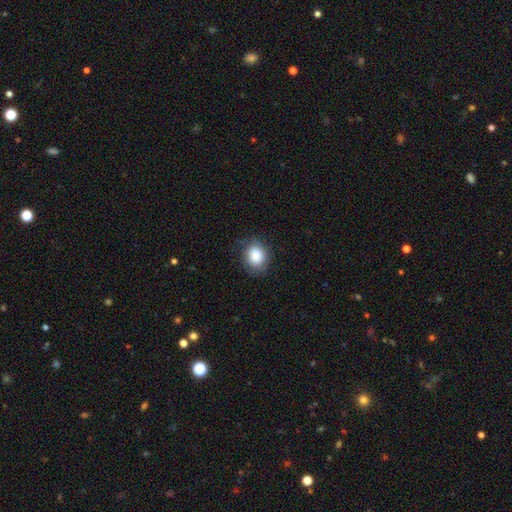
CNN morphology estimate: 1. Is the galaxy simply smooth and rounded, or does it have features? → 84% smooth, 8% star or artifact, 8% featured or disk.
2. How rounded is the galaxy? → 61% round, 38% in between, 1% cigar-shaped.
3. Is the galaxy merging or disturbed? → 78% none, 16% minor disturbance, 5% major disturbance, 1% merger.